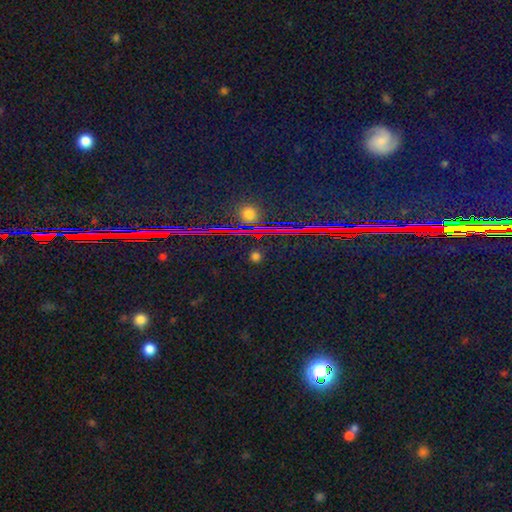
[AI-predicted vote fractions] Q: Smooth or featured?
A: star or artifact (72%); runner-up: smooth (20%)